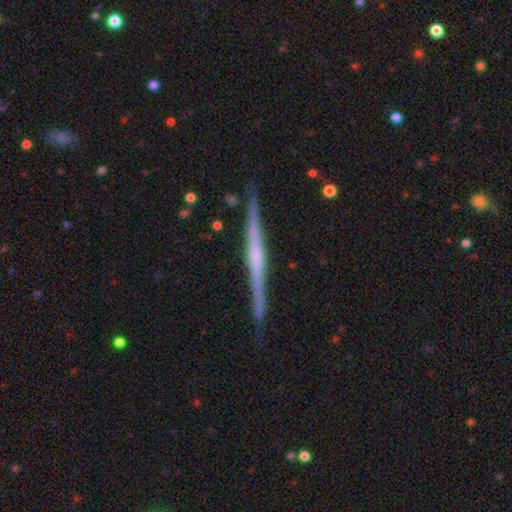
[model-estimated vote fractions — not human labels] Smooth or featured? Predicted: featured or disk (p=0.78). Edge-on disk? Predicted: yes (p=0.98). Edge-on bulge? Predicted: none (p=0.47). Merging? Predicted: none (p=0.88).